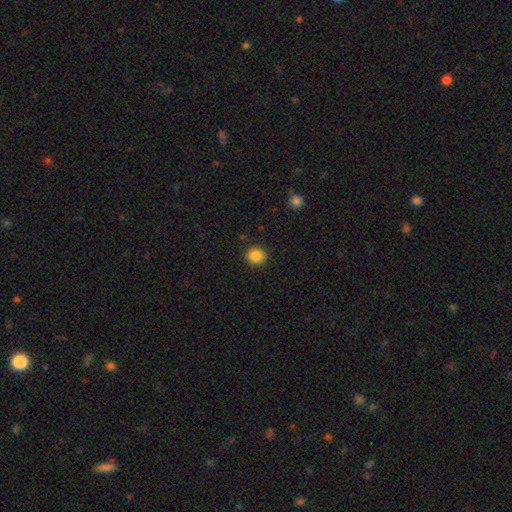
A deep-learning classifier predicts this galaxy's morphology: This appears to be a smooth galaxy with no disk features (87%) that is round (87%). Merging: none (90%).